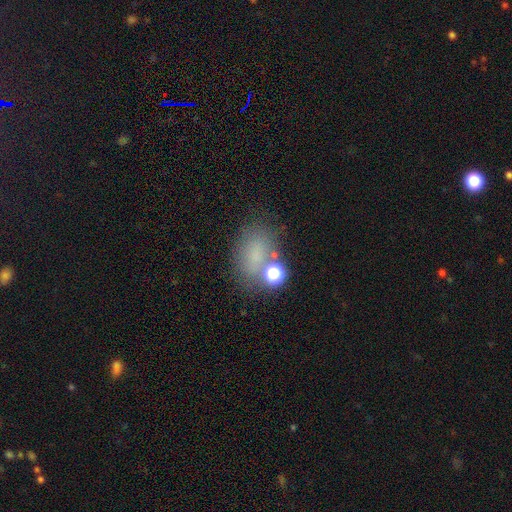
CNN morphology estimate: This is likely a smooth galaxy (63%). How rounded: likely in between (67%). Merging: possibly none (55%).